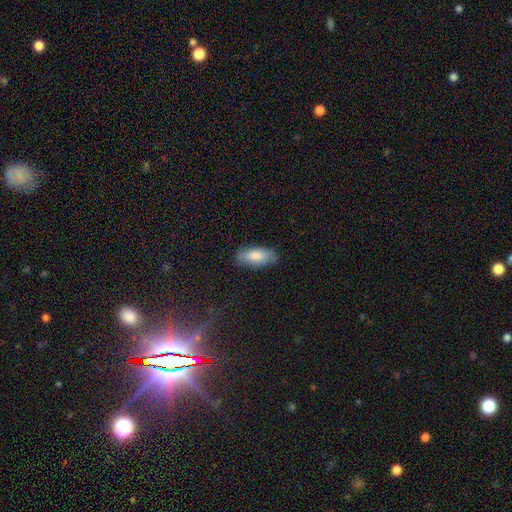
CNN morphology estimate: Overall: smooth (79%). How rounded: in between (83%). Merging: none (79%).